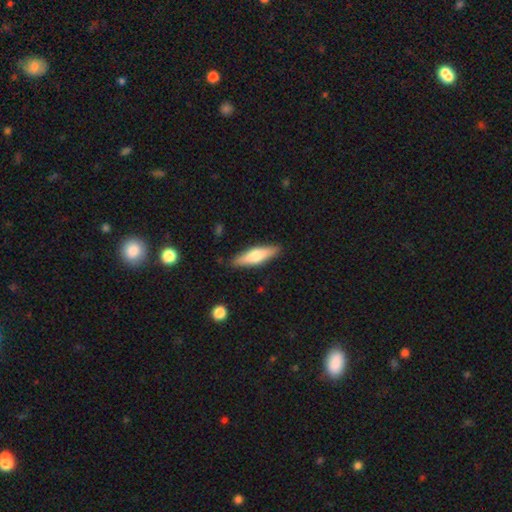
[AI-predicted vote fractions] smooth-or-featured: smooth: 60% | featured or disk: 34% | star or artifact: 5%
  how-rounded: cigar-shaped: 64% | in between: 34% | round: 2%
  merging: none: 87% | minor disturbance: 10% | major disturbance: 2% | merger: 1%